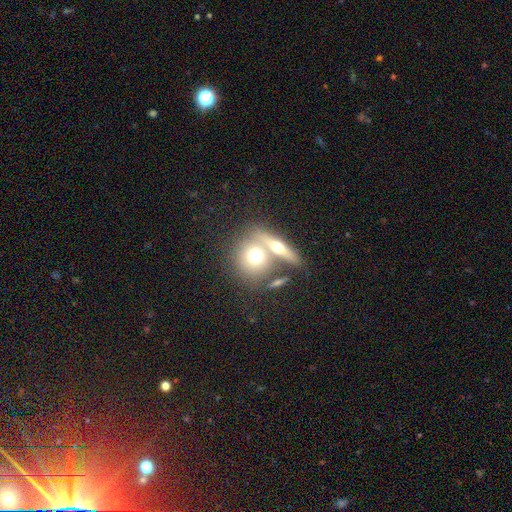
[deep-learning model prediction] Overall: smooth (58%; featured or disk 32%). How rounded: round (71%). Merging: none (45%; merger 41%).